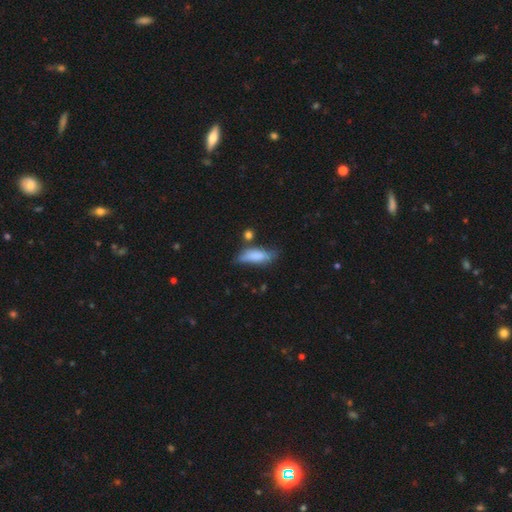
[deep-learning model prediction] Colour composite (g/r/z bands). It shows a smooth galaxy with no disk features (76%) that is in between round and cigar-shaped (61%). Merging: none (52%).